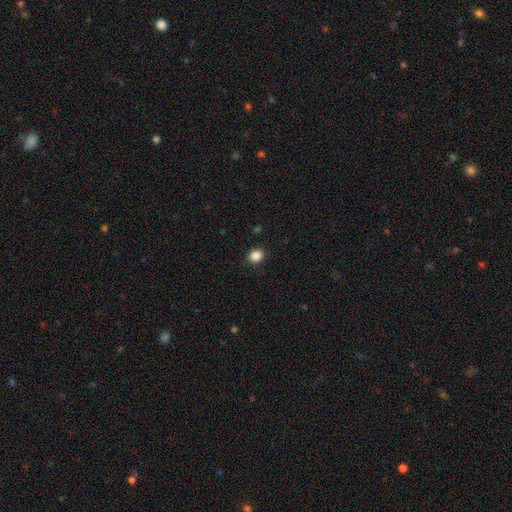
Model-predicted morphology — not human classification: This appears to be a smooth galaxy with no disk features (87%) that is round (72%). Merging: none (90%).